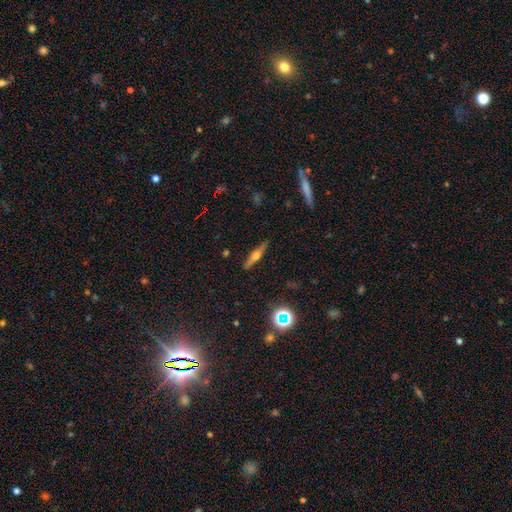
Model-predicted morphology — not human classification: Smooth or featured? featured or disk (62%)
Edge-on disk? yes (95%)
Edge-on bulge? rounded (91%)
Merging? none (88%)